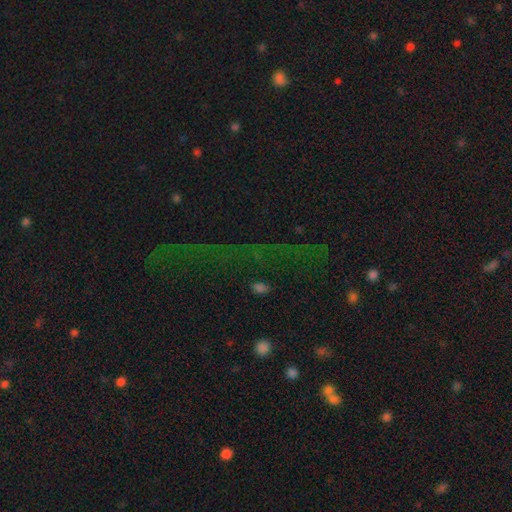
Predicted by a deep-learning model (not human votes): smooth-or-featured: star or artifact: 70% | smooth: 16% | featured or disk: 14%